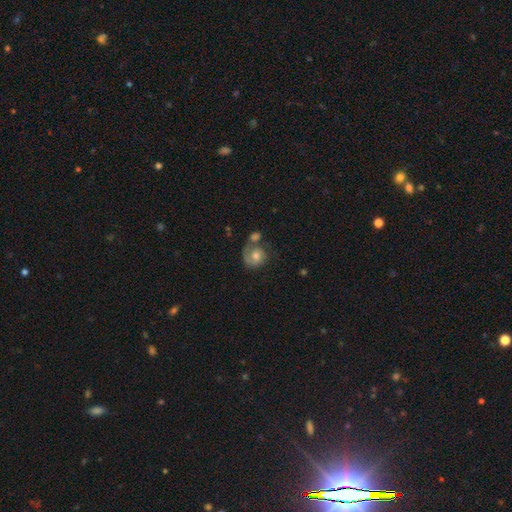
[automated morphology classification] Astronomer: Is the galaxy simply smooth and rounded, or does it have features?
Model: featured or disk — 61%.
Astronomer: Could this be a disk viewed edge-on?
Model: no — 98%.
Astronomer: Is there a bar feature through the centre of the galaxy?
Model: no — 75%.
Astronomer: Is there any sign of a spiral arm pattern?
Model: yes — 84%.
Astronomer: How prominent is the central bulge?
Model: moderate — 60%.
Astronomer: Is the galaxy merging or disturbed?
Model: none — 39% (runner-up: merger, 30%).